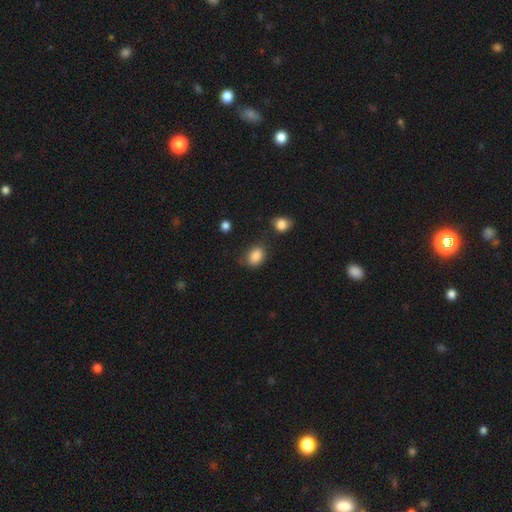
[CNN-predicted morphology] Smooth or featured: smooth — 87% (star or artifact — 9%)
How rounded: in between — 76% (round — 23%)
Merging: none — 71% (minor disturbance — 19%)